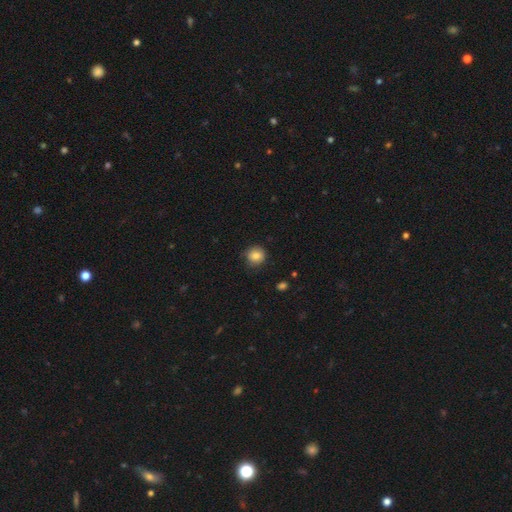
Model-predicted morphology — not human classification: A smooth galaxy with no disk features (83%) that is round (88%).

Vote fractions:
- Smooth or featured? smooth: 83% / star or artifact: 9% / featured or disk: 8%
- How rounded? round: 88% / in between: 11% / cigar-shaped: 1%
- Merging? none: 79% / minor disturbance: 16% / major disturbance: 4% / merger: 1%